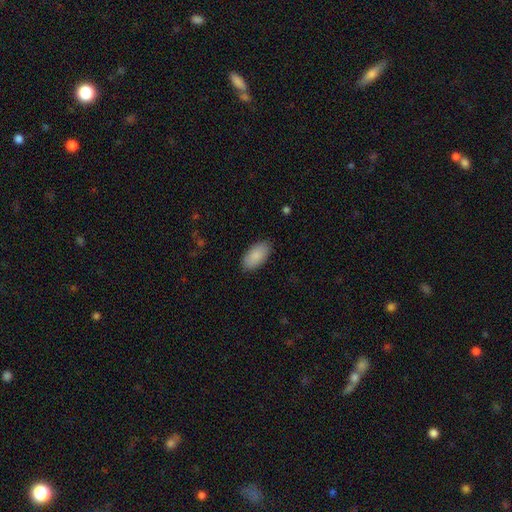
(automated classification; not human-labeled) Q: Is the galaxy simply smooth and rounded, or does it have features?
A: smooth — 88%.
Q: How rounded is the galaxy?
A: in between — 95%.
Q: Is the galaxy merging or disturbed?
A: none — 87%.